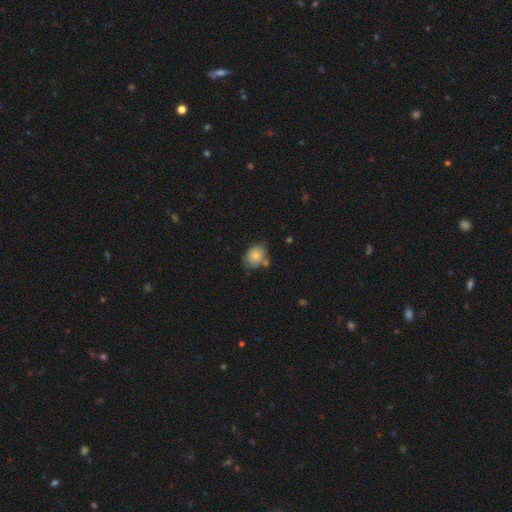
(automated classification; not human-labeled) Q: Smooth or featured?
A: smooth (79%); runner-up: featured or disk (13%)
Q: How rounded?
A: round (52%); runner-up: in between (47%)
Q: Merging?
A: none (56%); runner-up: minor disturbance (25%)